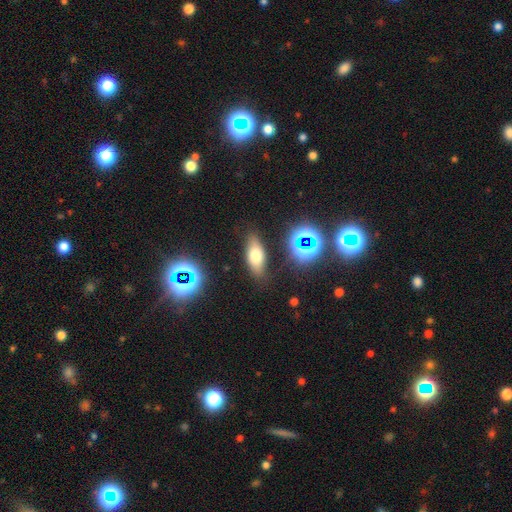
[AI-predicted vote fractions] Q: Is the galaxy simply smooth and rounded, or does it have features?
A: smooth — 63%.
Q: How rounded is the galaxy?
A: in between — 78%.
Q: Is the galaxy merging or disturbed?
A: none — 80%.